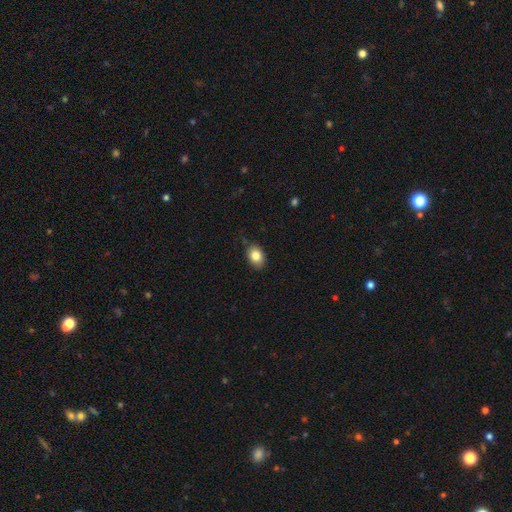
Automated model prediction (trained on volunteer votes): This is clearly a smooth galaxy (83%). How rounded: likely in between (74%). Merging: clearly none (81%).